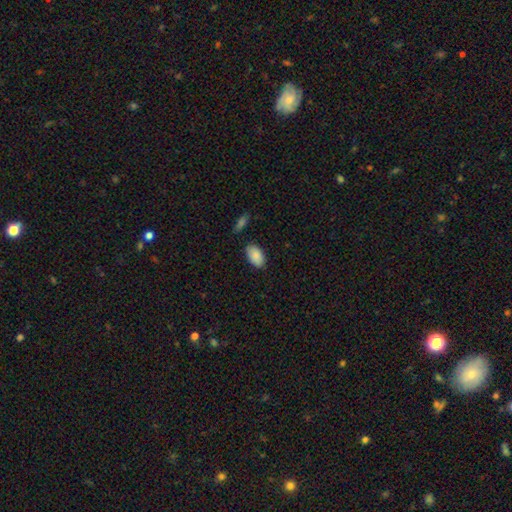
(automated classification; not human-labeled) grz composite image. It shows a smooth galaxy with no disk features (89%) that is in between round and cigar-shaped (94%). Merging: none (82%).